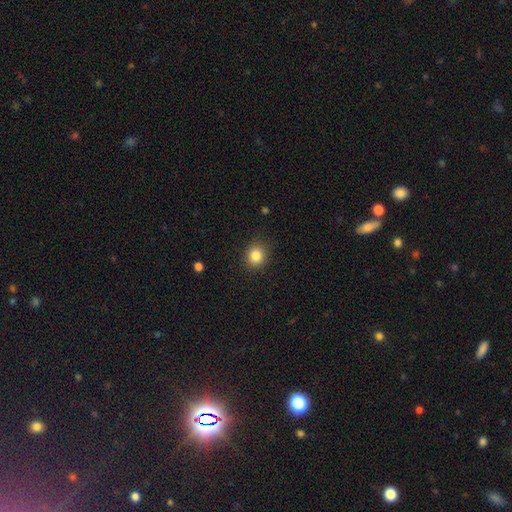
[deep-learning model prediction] smooth_or_featured: smooth (p=0.84) [alt: star or artifact p=0.10]
how_rounded: round (p=0.75) [alt: in between p=0.24]
merging: none (p=0.88) [alt: minor disturbance p=0.09]